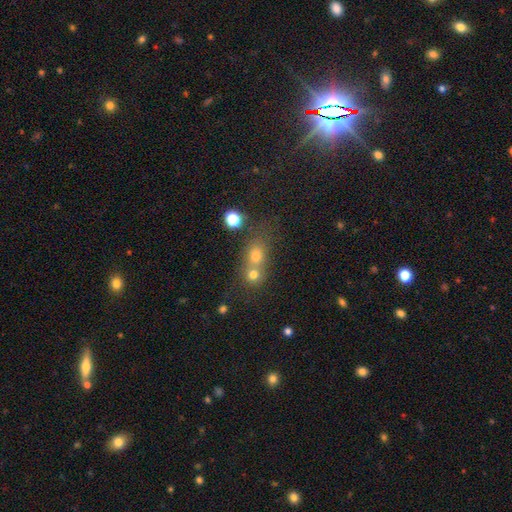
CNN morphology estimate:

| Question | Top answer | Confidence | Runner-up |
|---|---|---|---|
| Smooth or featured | smooth | 70% | star or artifact (16%) |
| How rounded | round | 66% | in between (31%) |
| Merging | merger | 50% | none (37%) |